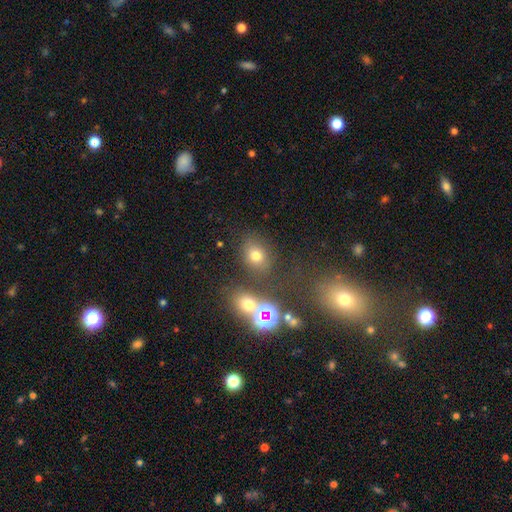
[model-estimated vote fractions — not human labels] Smooth or featured?
  - smooth: 69% *
  - star or artifact: 21%
  - featured or disk: 10%
How rounded?
  - round: 50% *
  - in between: 49%
  - cigar-shaped: 1%
Merging?
  - none: 73% *
  - minor disturbance: 12%
  - merger: 9%
  - major disturbance: 6%